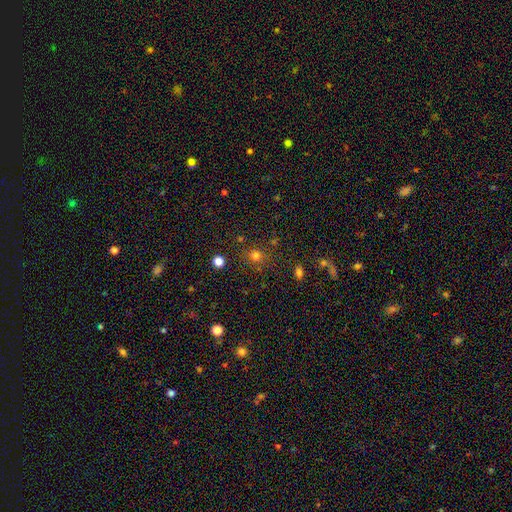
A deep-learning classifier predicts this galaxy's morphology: smooth-or-featured: smooth: 73% | star or artifact: 20% | featured or disk: 7%
  how-rounded: round: 82% | in between: 17% | cigar-shaped: 1%
  merging: none: 77% | minor disturbance: 12% | merger: 6% | major disturbance: 5%